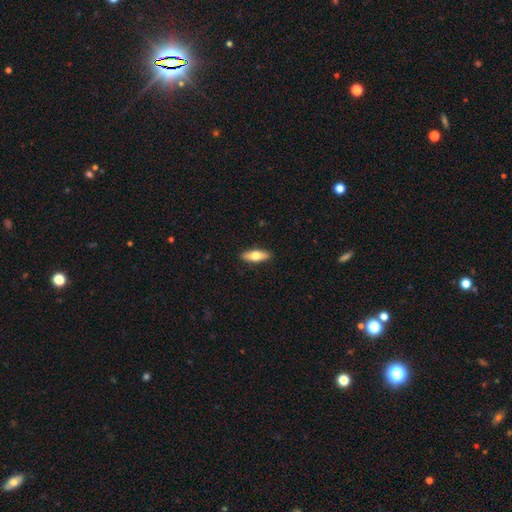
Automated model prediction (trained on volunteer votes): Smooth or featured? smooth (68%)
How rounded? in between (60%)
Merging? none (90%)